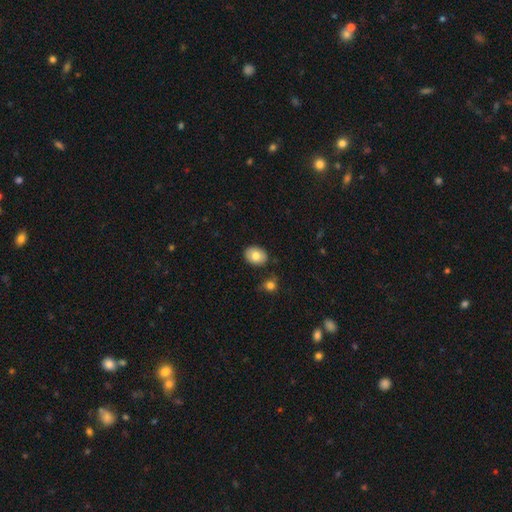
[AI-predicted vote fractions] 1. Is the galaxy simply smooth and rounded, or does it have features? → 80% smooth, 13% featured or disk, 7% star or artifact.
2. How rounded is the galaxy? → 69% in between, 30% round, 1% cigar-shaped.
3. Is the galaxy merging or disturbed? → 84% none, 10% minor disturbance, 4% merger, 2% major disturbance.